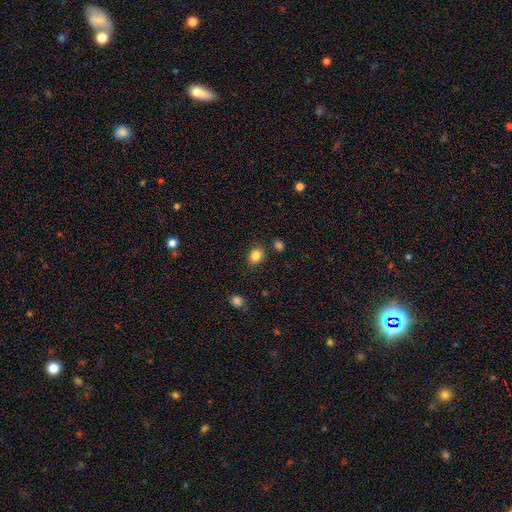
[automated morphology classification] This is clearly a smooth galaxy (85%). How rounded: possibly in between (52%). Merging: clearly none (83%).